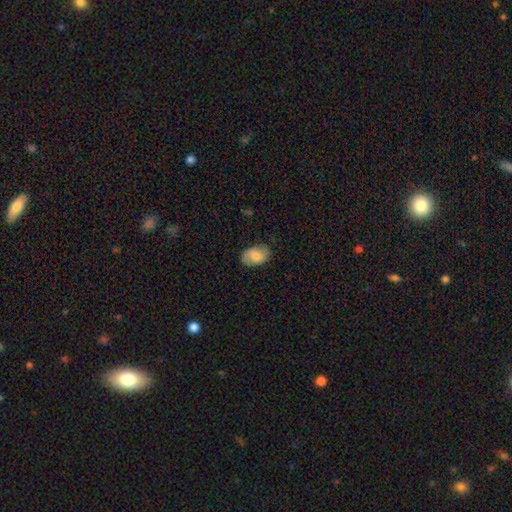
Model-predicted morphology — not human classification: The model was most divided on "smooth or featured": smooth: 69%, featured or disk: 24%, star or artifact: 7%. More confident: how rounded — in between (87%); merging — none (81%).